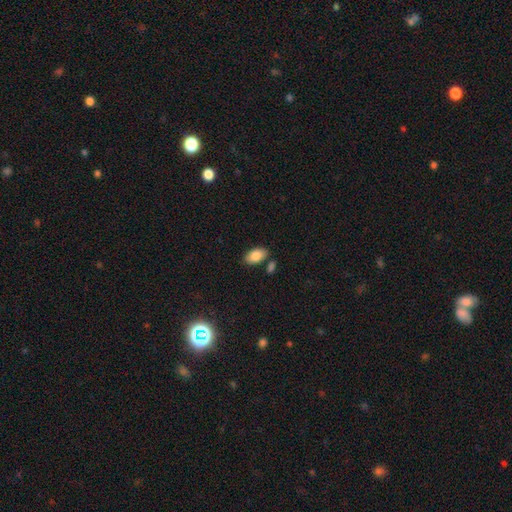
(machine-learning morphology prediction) Smooth or featured? Predicted: smooth (p=0.85). How rounded? Predicted: in between (p=0.93). Merging? Predicted: none (p=0.78).